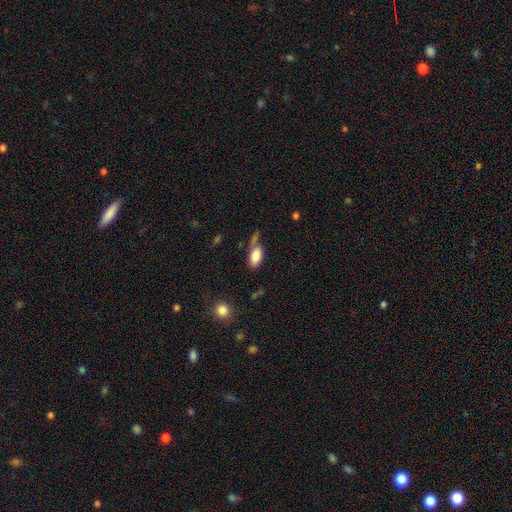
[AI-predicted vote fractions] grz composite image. It shows a smooth galaxy with no disk features (81%) that is in between round and cigar-shaped (91%). Merging: none (50%).